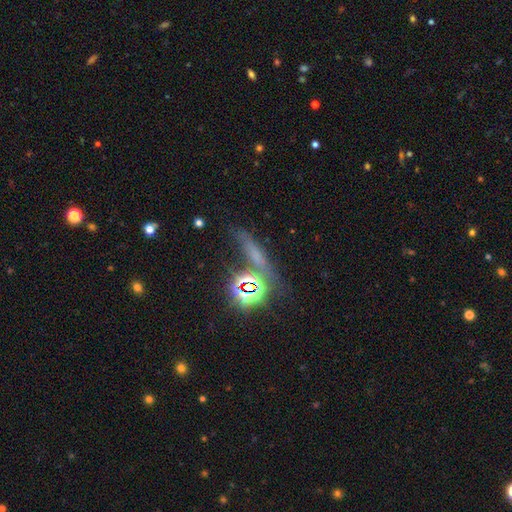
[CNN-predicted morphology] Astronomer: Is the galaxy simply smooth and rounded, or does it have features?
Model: star or artifact — 42% (runner-up: smooth, 40%).